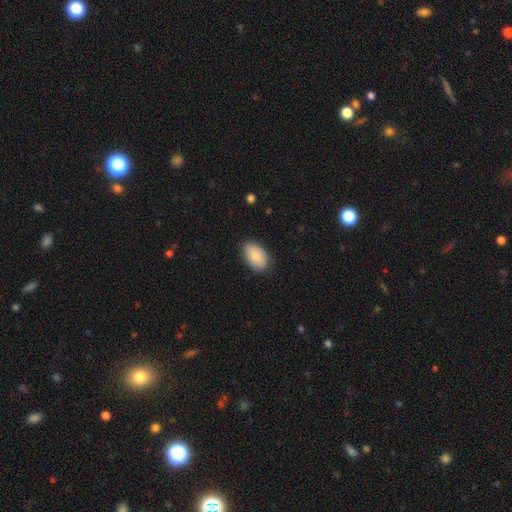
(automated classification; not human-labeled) The model was most divided on "merging": none: 87%, minor disturbance: 10%, major disturbance: 2%, merger: 1%. More confident: how rounded — in between (93%); smooth or featured — smooth (87%).